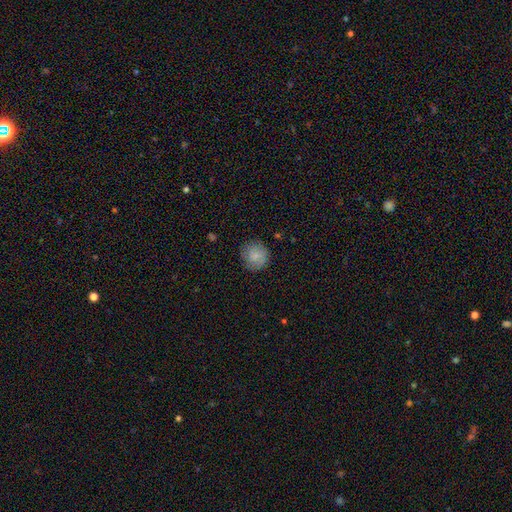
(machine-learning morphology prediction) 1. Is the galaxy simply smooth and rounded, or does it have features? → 80% smooth, 12% featured or disk, 8% star or artifact.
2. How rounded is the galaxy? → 91% round, 8% in between, 1% cigar-shaped.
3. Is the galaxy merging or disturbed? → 81% none, 14% minor disturbance, 4% major disturbance, 1% merger.